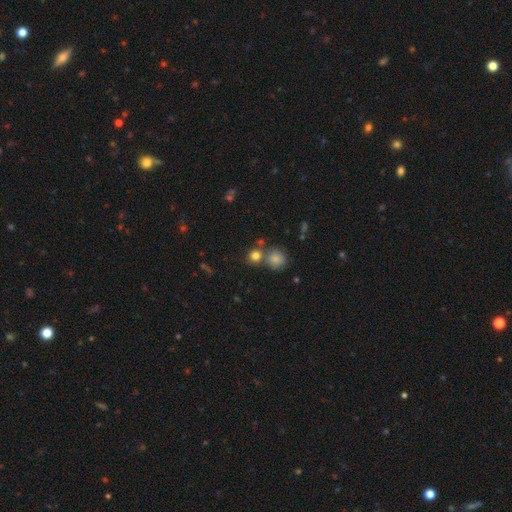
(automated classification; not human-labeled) smooth_or_featured: smooth (p=0.80) [alt: star or artifact p=0.14]
how_rounded: round (p=0.86) [alt: in between p=0.12]
merging: none (p=0.63) [alt: merger p=0.26]